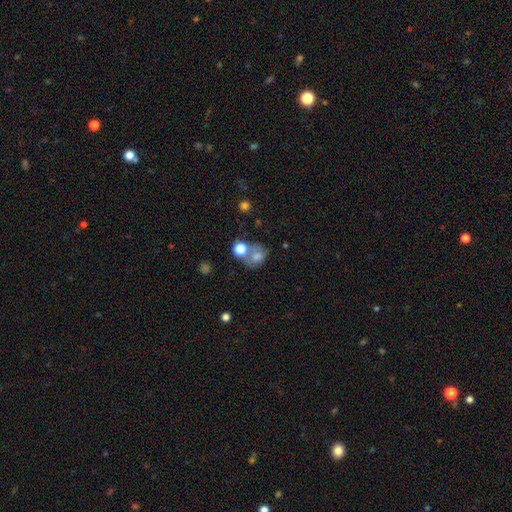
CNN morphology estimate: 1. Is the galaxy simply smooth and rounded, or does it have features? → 66% smooth, 20% featured or disk, 14% star or artifact.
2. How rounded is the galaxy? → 58% round, 41% in between, 1% cigar-shaped.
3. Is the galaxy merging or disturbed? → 38% merger, 33% none, 15% minor disturbance, 13% major disturbance.